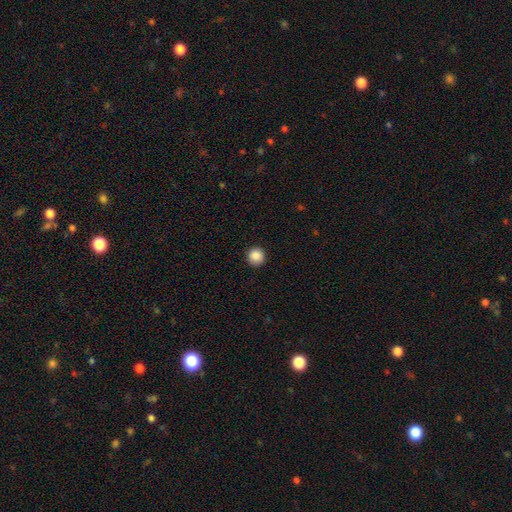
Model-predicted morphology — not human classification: smooth_or_featured: smooth (p=0.88) [alt: star or artifact p=0.09]
how_rounded: round (p=0.92) [alt: in between p=0.07]
merging: none (p=0.90) [alt: minor disturbance p=0.07]